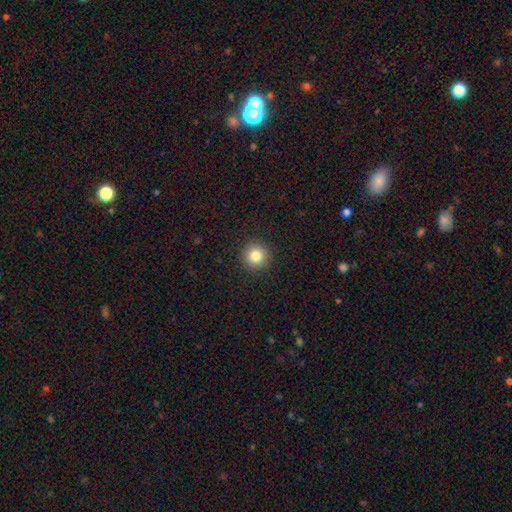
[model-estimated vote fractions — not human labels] smooth_or_featured: smooth (p=0.83) [alt: star or artifact p=0.11]
how_rounded: round (p=0.95) [alt: in between p=0.04]
merging: none (p=0.92) [alt: minor disturbance p=0.05]